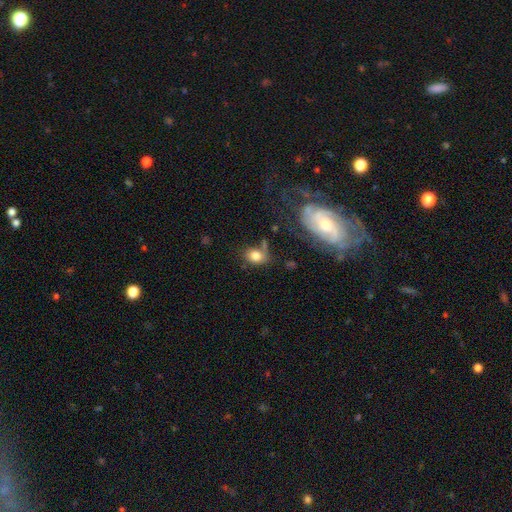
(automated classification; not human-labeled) smooth_or_featured: smooth (p=0.79) [alt: featured or disk p=0.11]
how_rounded: in between (p=0.63) [alt: round p=0.36]
merging: none (p=0.53) [alt: minor disturbance p=0.23]